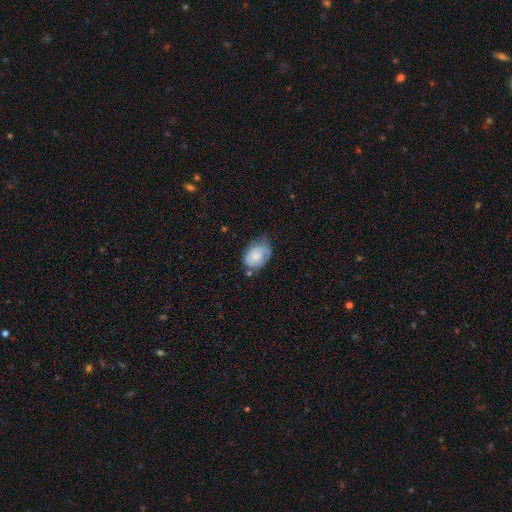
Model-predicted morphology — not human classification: smooth-or-featured: smooth: 54% | featured or disk: 39% | star or artifact: 7%
  how-rounded: in between: 79% | round: 20% | cigar-shaped: 1%
  merging: none: 47% | minor disturbance: 37% | major disturbance: 12% | merger: 4%